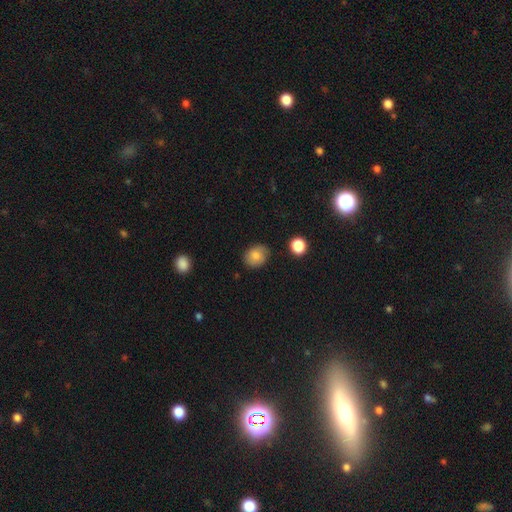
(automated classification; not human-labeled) A smooth galaxy with no disk features (81%) that is round (51%). Merging: none (81%).